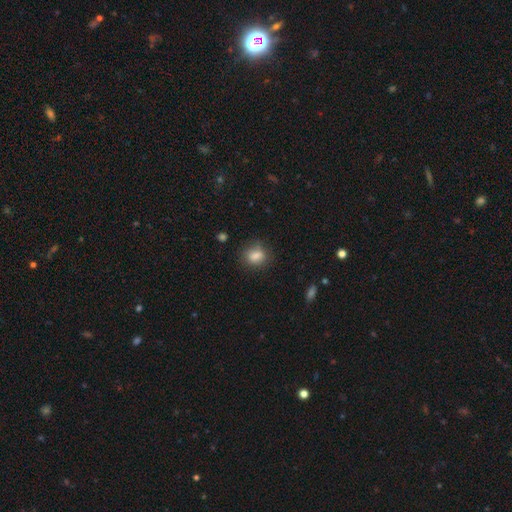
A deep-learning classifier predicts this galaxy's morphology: smooth-or-featured: smooth: 83% | star or artifact: 10% | featured or disk: 7%
  how-rounded: in between: 56% | round: 42% | cigar-shaped: 2%
  merging: none: 73% | minor disturbance: 18% | major disturbance: 5% | merger: 4%